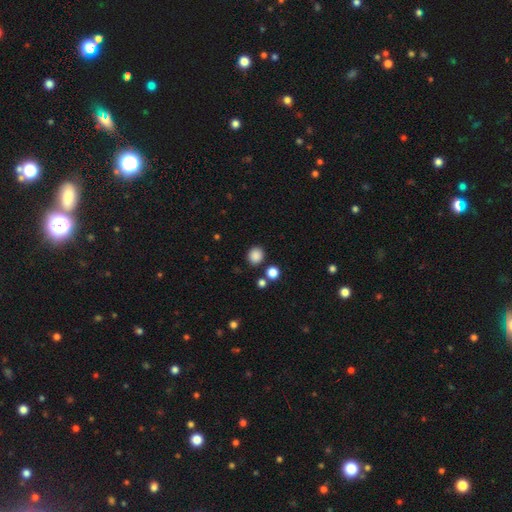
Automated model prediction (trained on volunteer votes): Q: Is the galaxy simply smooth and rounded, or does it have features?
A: smooth — 86%.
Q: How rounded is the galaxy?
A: round — 81%.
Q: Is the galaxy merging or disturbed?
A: none — 85%.